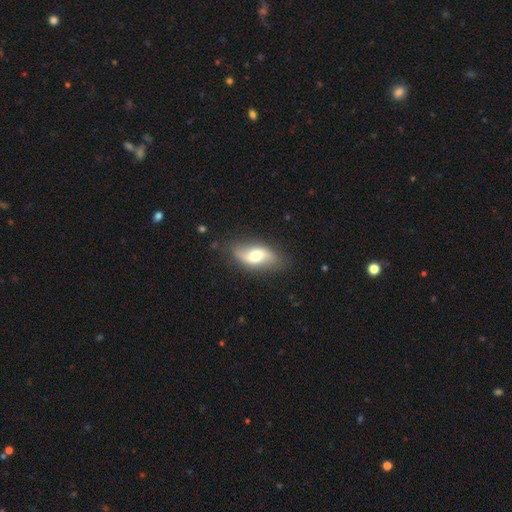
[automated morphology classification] type=featured or disk (50%); merging=none (77%).